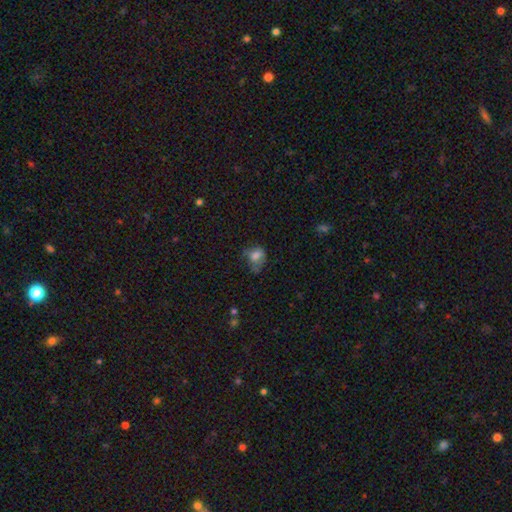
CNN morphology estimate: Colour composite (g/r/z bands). It shows a smooth galaxy with no disk features (70%) that is in between round and cigar-shaped (66%). Merging: major disturbance (34%).